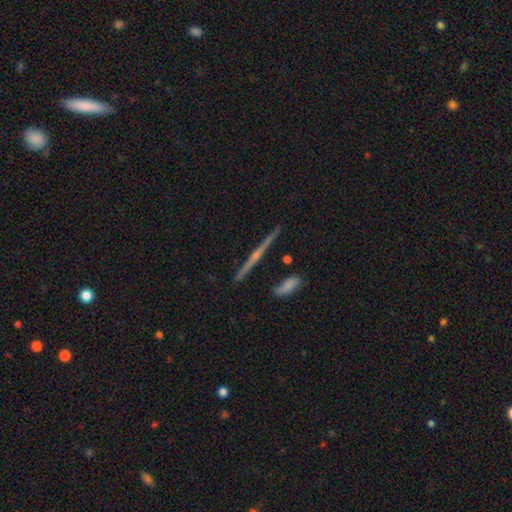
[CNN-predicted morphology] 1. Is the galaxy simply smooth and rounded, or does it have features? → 81% featured or disk, 12% smooth, 7% star or artifact.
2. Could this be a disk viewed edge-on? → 98% yes, 2% no.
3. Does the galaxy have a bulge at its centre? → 84% rounded, 12% none, 5% boxy.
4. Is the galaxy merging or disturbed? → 89% none, 7% minor disturbance, 2% merger, 2% major disturbance.